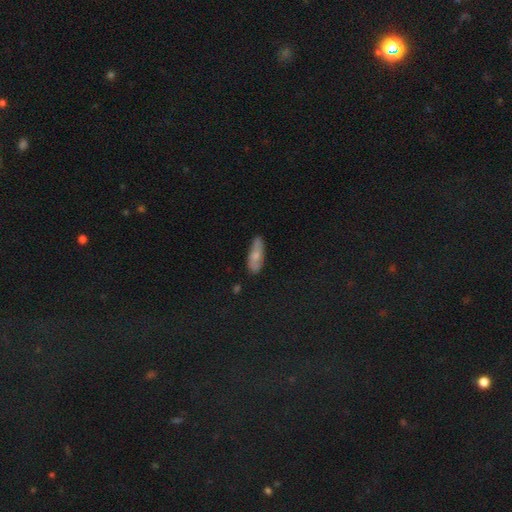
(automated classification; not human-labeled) Q: Smooth or featured?
A: smooth (62%); runner-up: featured or disk (29%)
Q: How rounded?
A: in between (70%); runner-up: cigar-shaped (27%)
Q: Merging?
A: none (73%); runner-up: minor disturbance (21%)